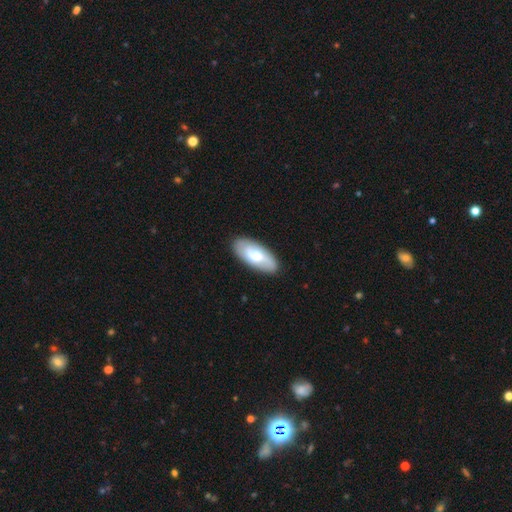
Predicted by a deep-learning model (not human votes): Overall: smooth (56%; featured or disk 38%). How rounded: in between (87%). Merging: none (87%).